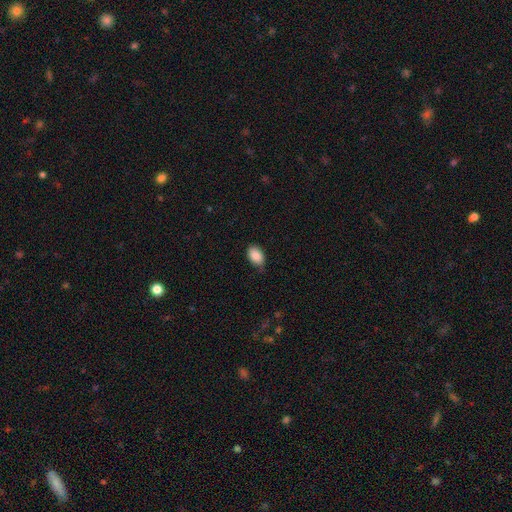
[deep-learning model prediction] Q: Smooth or featured?
A: smooth (86%); runner-up: star or artifact (7%)
Q: How rounded?
A: in between (88%); runner-up: round (10%)
Q: Merging?
A: none (70%); runner-up: minor disturbance (24%)